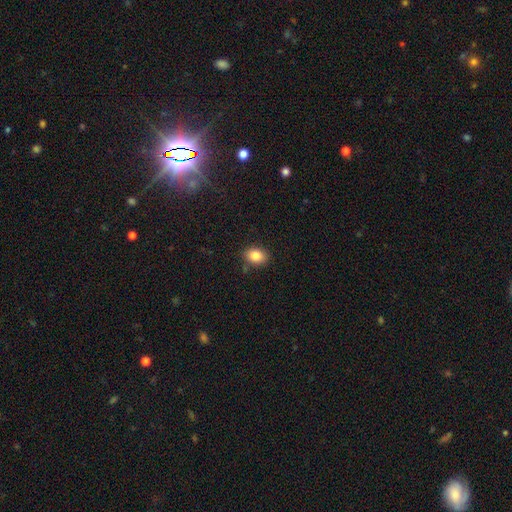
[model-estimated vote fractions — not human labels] A smooth galaxy with no disk features (84%) that is in between round and cigar-shaped (74%).

Vote fractions:
- Smooth or featured? smooth: 84% / star or artifact: 9% / featured or disk: 7%
- How rounded? in between: 74% / round: 25% / cigar-shaped: 1%
- Merging? none: 84% / minor disturbance: 11% / merger: 2% / major disturbance: 2%